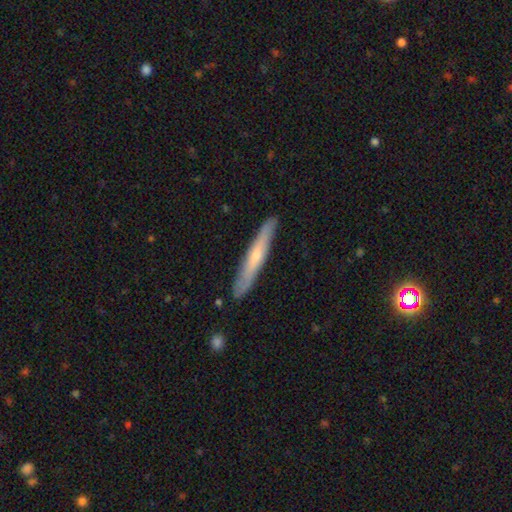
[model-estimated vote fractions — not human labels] Overall: smooth (50%; featured or disk 45%). How rounded: cigar-shaped (95%). Merging: none (89%).